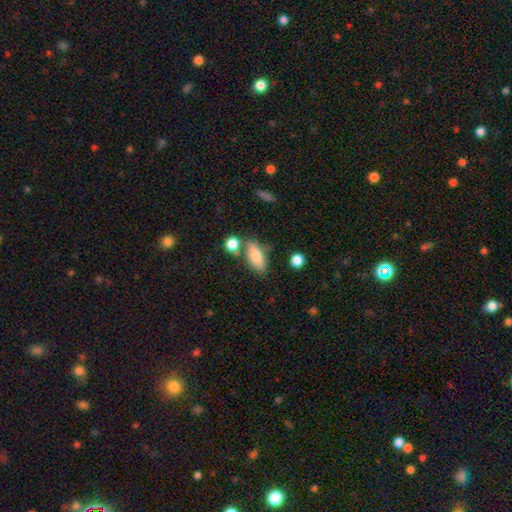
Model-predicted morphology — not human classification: Smooth or featured: smooth — 79% (featured or disk — 13%)
How rounded: in between — 77% (cigar-shaped — 18%)
Merging: none — 65% (minor disturbance — 16%)